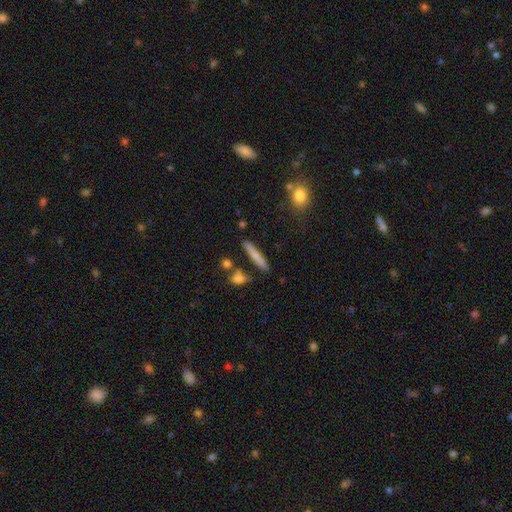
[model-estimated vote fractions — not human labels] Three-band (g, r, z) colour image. It shows a smooth galaxy with no disk features (70%) that is cigar-shaped (90%). Merging: none (82%).